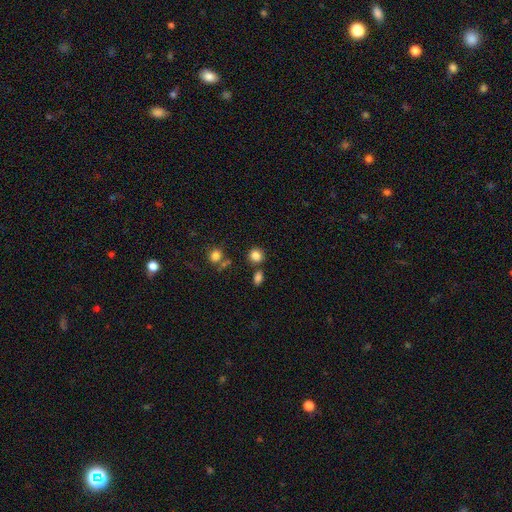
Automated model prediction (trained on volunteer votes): Smooth or featured: smooth — 83% (star or artifact — 12%)
How rounded: round — 78% (in between — 21%)
Merging: none — 72% (merger — 14%)